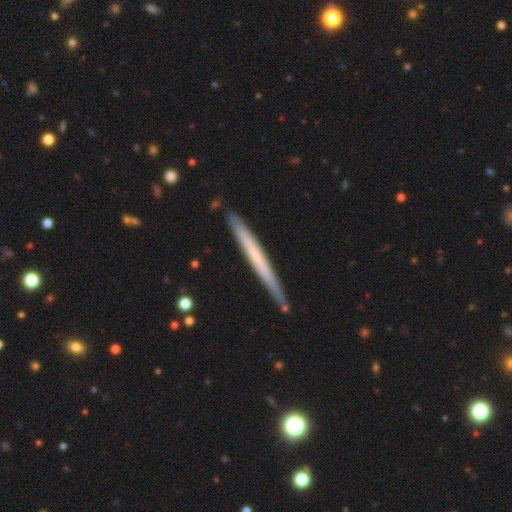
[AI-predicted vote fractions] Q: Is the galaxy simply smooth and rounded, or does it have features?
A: smooth — 49%.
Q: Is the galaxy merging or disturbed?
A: none — 86%.